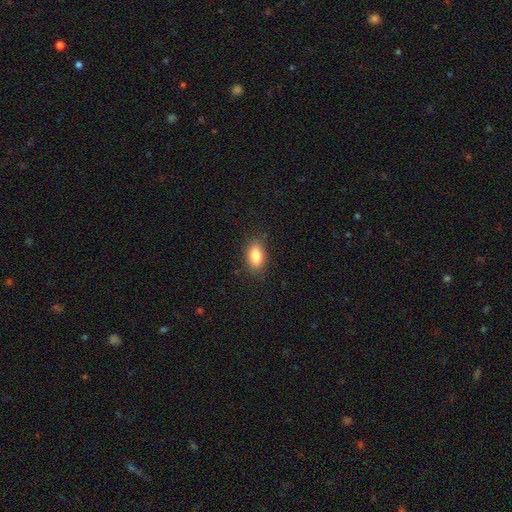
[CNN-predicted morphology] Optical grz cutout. It shows a smooth galaxy with no disk features (86%) that is in between round and cigar-shaped (90%). Merging: none (82%).